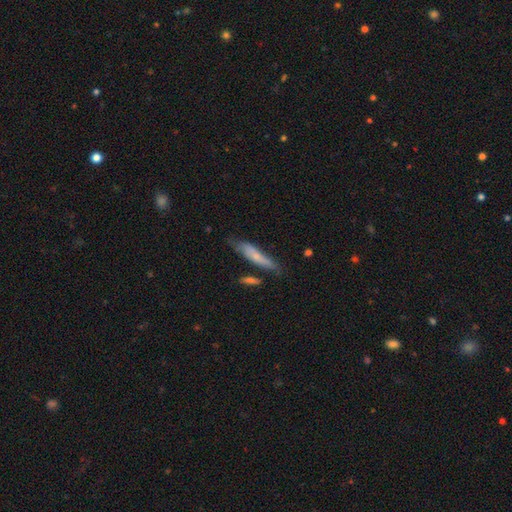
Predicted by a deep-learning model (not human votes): The model was most divided on "smooth or featured": smooth: 61%, featured or disk: 33%, star or artifact: 6%. More confident: how rounded — cigar-shaped (82%); merging — none (62%).